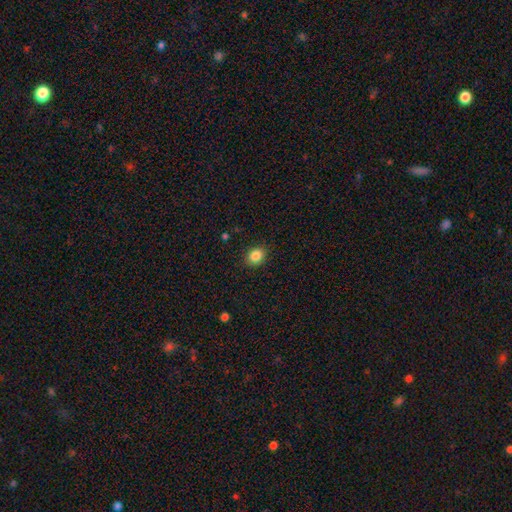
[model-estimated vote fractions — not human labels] smooth_or_featured: smooth (p=0.86) [alt: star or artifact p=0.10]
how_rounded: round (p=0.53) [alt: in between p=0.46]
merging: none (p=0.88) [alt: minor disturbance p=0.09]